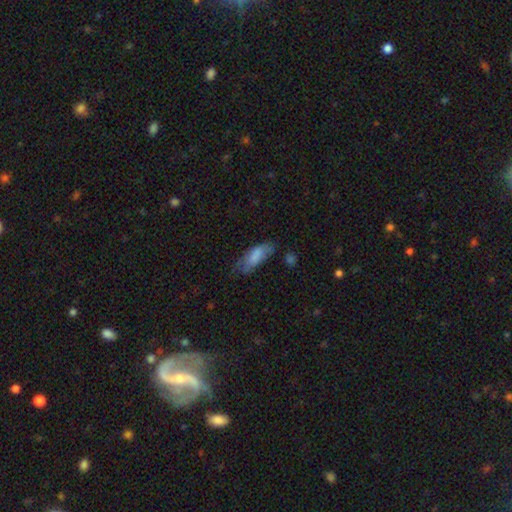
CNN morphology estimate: Smooth or featured: smooth — 76% (featured or disk — 17%)
How rounded: in between — 70% (cigar-shaped — 28%)
Merging: none — 46% (minor disturbance — 34%)